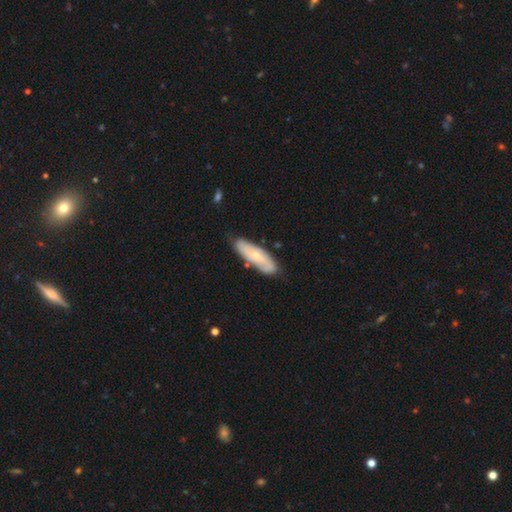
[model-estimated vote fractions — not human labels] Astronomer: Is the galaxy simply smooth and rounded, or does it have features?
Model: featured or disk — 48% (runner-up: smooth, 46%).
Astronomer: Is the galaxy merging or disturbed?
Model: none — 76%.